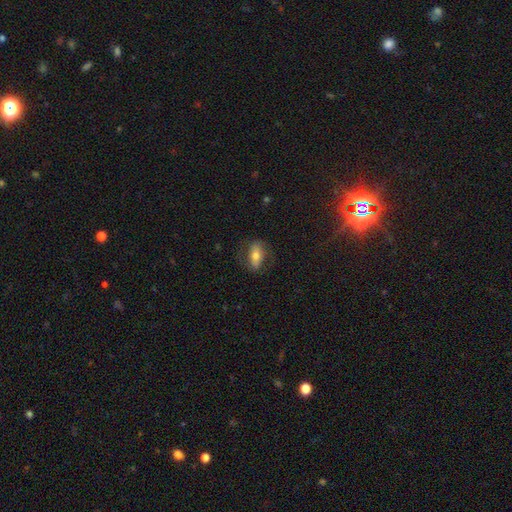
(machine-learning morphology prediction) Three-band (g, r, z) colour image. It shows a smooth galaxy with no disk features (55%) that is in between round and cigar-shaped (77%). Merging: none (75%).